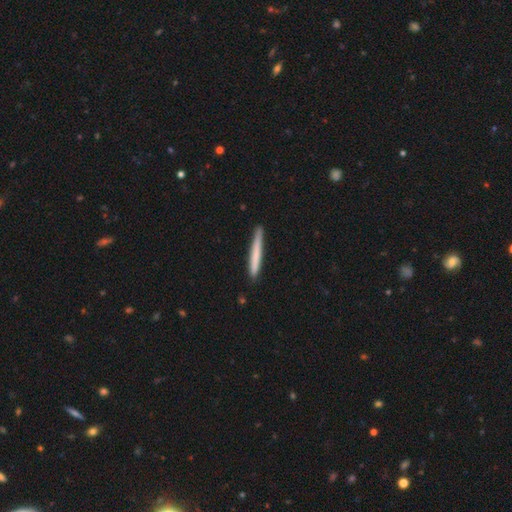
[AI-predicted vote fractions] Smooth or featured?
  - smooth: 70% *
  - featured or disk: 24%
  - star or artifact: 5%
How rounded?
  - cigar-shaped: 97% *
  - in between: 2%
  - round: 1%
Merging?
  - none: 88% *
  - minor disturbance: 9%
  - major disturbance: 1%
  - merger: 1%